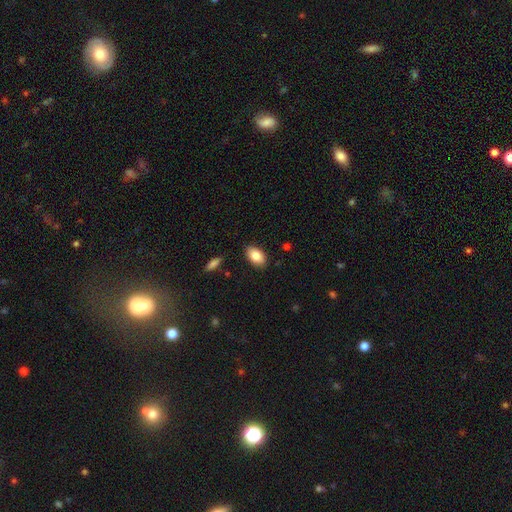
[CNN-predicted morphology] A smooth galaxy with no disk features (84%) that is in between round and cigar-shaped (92%). Merging: none (87%).